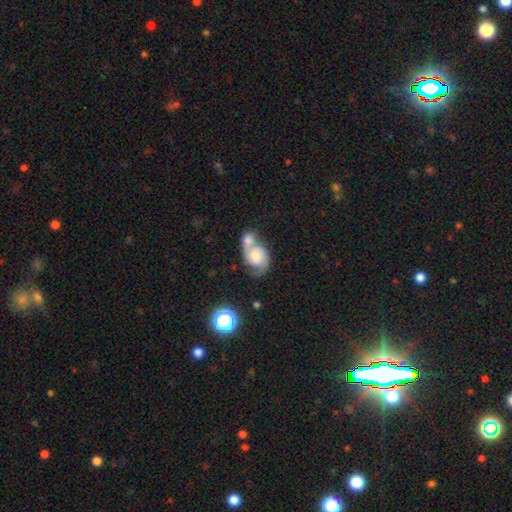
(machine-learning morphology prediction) smooth-or-featured: featured or disk: 52% | smooth: 39% | star or artifact: 8%
  disk-edge-on: no: 97% | yes: 3%
    bar: no: 74% | weak: 22% | strong: 4%
    has-spiral-arms: yes: 81% | no: 19%
    bulge-size: moderate: 43% | small: 27% | large: 18% | none: 9% | dominant: 4%
  merging: merger: 64% | none: 19% | minor disturbance: 10% | major disturbance: 7%